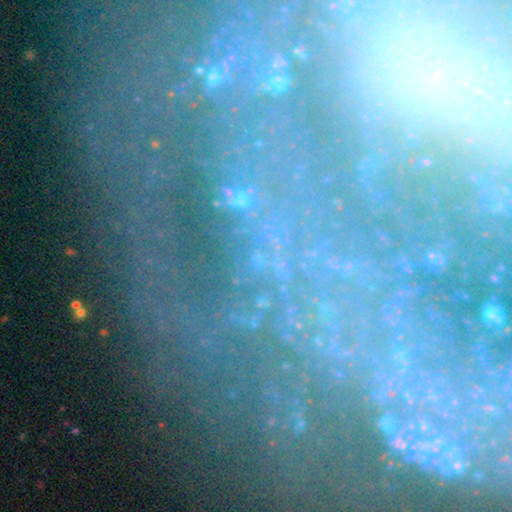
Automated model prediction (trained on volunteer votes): A star or artifact, not a galaxy (64%).

Vote fractions:
- Smooth or featured? star or artifact: 64% / featured or disk: 23% / smooth: 13%